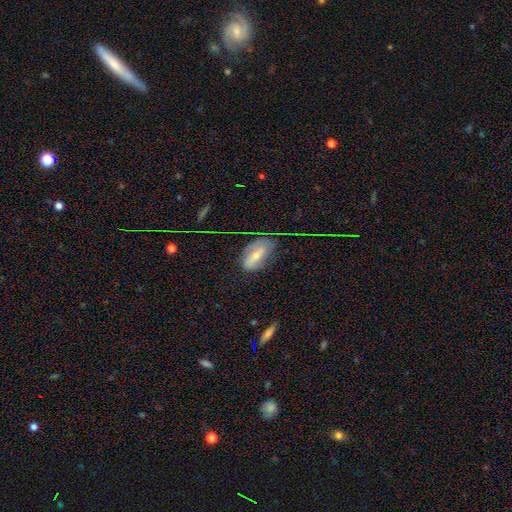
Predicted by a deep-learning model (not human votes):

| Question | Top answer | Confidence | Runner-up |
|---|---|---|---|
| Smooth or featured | smooth | 49% | featured or disk (40%) |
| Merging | none | 63% | minor disturbance (26%) |